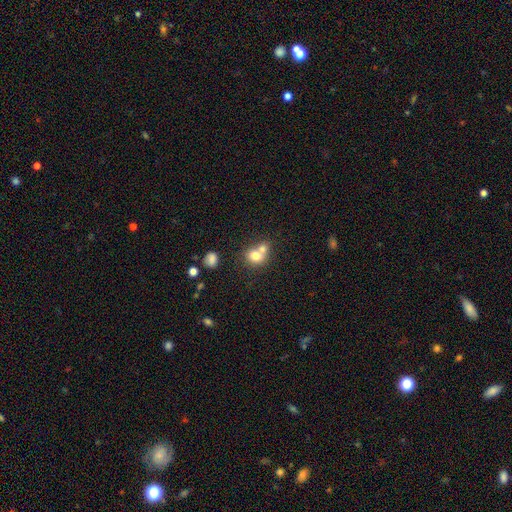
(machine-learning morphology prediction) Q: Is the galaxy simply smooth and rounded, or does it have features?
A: smooth — 74%.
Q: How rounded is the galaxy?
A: round — 69%.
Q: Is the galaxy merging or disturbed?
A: merger — 61%.